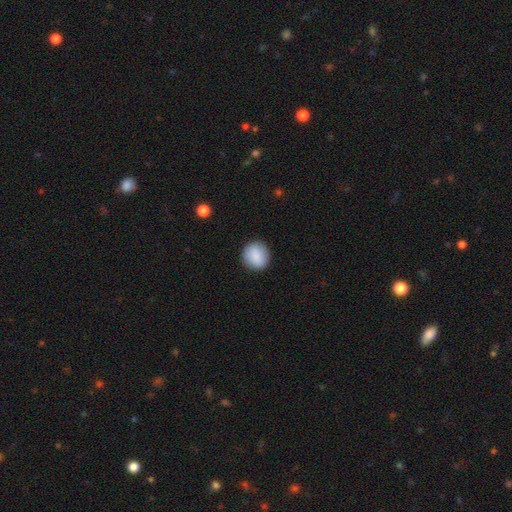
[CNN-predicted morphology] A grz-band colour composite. It shows a smooth galaxy with no disk features (87%) that is round (87%). Merging: none (89%).